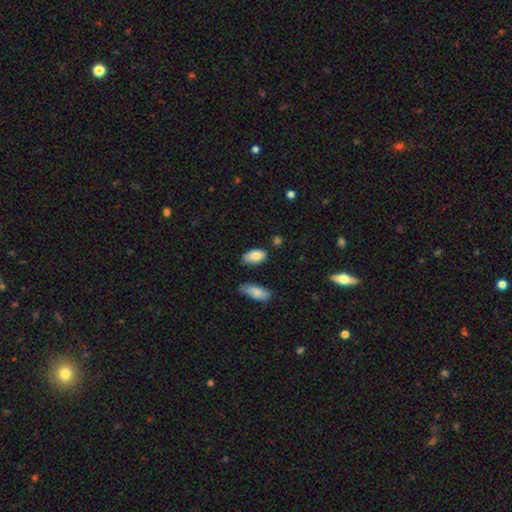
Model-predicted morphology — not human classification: The model was most divided on "merging": none: 66%, minor disturbance: 25%, major disturbance: 5%, merger: 4%. More confident: how rounded — in between (93%); smooth or featured — smooth (84%).